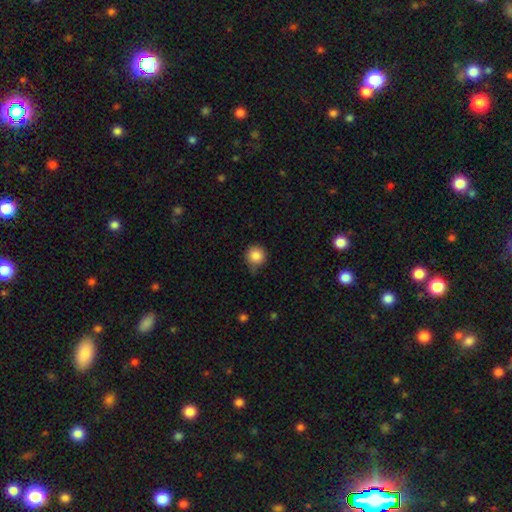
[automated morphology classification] smooth-or-featured: smooth: 85% | star or artifact: 10% | featured or disk: 5%
  how-rounded: round: 94% | in between: 5% | cigar-shaped: 1%
  merging: none: 69% | minor disturbance: 24% | major disturbance: 4% | merger: 2%